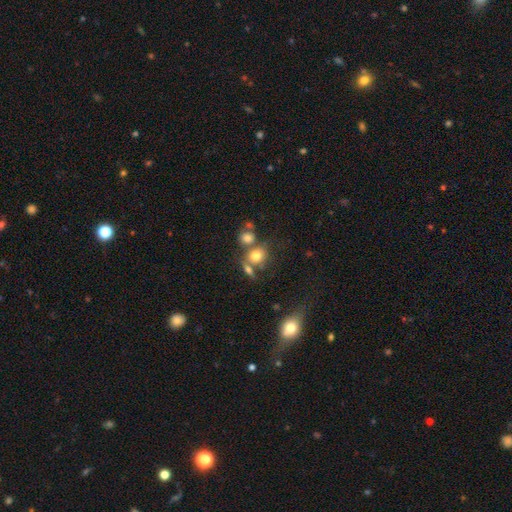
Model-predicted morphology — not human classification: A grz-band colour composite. It shows a smooth galaxy with no disk features (75%) that is round (68%). Merging: none (46%).